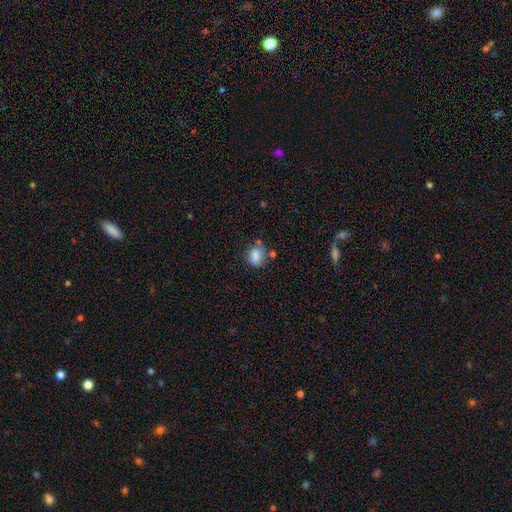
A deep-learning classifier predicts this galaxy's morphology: Q: Smooth or featured?
A: smooth (84%); runner-up: star or artifact (9%)
Q: How rounded?
A: in between (49%); tied with: round (49%)
Q: Merging?
A: none (61%); runner-up: minor disturbance (21%)